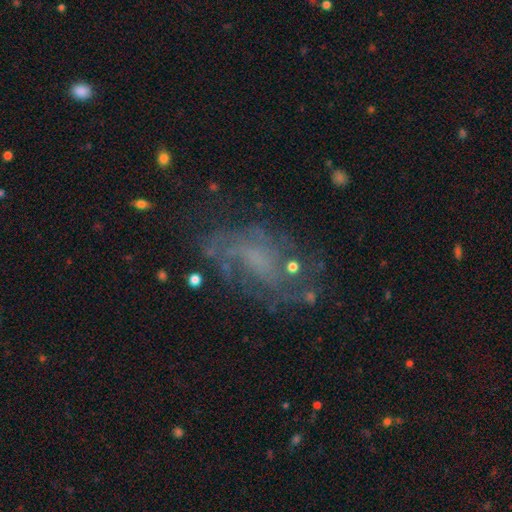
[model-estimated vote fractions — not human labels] Overall: featured or disk (69%). Edge-on disk: no (96%). Bar: no (61%; weak 32%). Spiral arms: yes (78%). Spiral arm count: can't tell (43%; 2 28%). Spiral winding: medium (40%; tight 32%). Bulge size: none (48%; small 27%). Merging: none (58%; minor disturbance 20%).